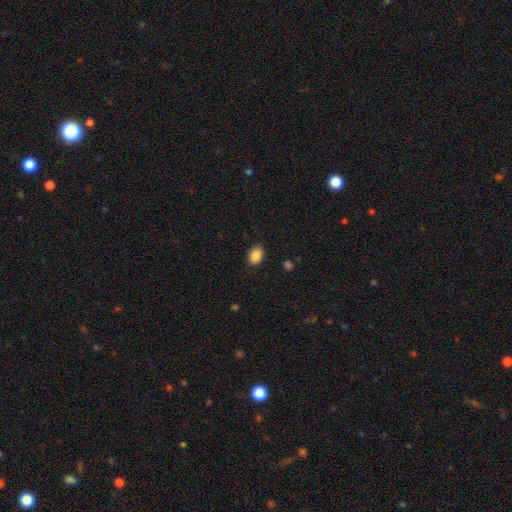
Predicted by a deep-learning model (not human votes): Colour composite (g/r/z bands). It shows a smooth galaxy with no disk features (87%) that is in between round and cigar-shaped (59%). Merging: none (89%).